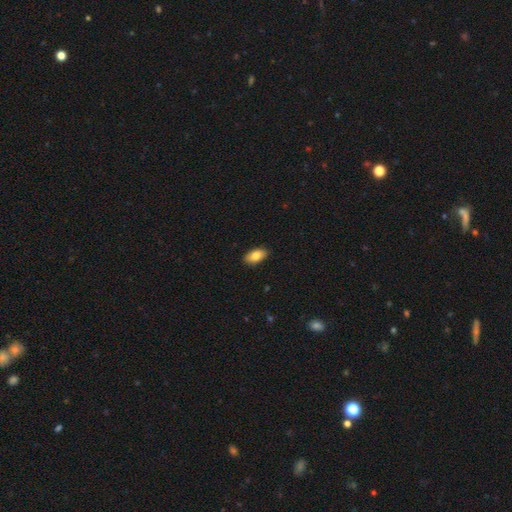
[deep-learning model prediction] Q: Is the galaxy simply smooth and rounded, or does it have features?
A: smooth — 84%.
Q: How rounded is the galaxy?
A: in between — 93%.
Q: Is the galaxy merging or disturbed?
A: none — 89%.